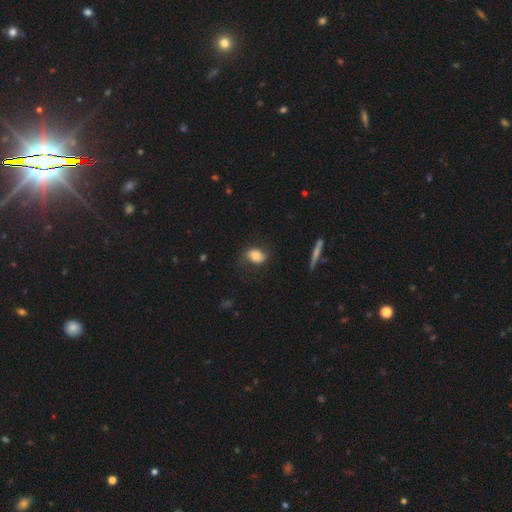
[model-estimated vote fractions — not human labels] A smooth galaxy with no disk features (66%) that is in between round and cigar-shaped (76%).

Vote fractions:
- Smooth or featured? smooth: 66% / featured or disk: 27% / star or artifact: 8%
- How rounded? in between: 76% / round: 22% / cigar-shaped: 2%
- Merging? none: 72% / minor disturbance: 19% / major disturbance: 8% / merger: 2%